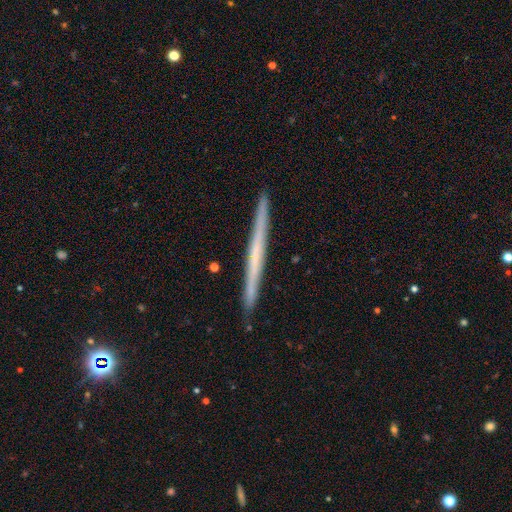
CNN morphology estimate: The model was most divided on "smooth or featured": featured or disk: 54%, smooth: 40%, star or artifact: 6%. More confident: edge-on disk — yes (97%); merging — none (92%); edge-on bulge — none (89%).